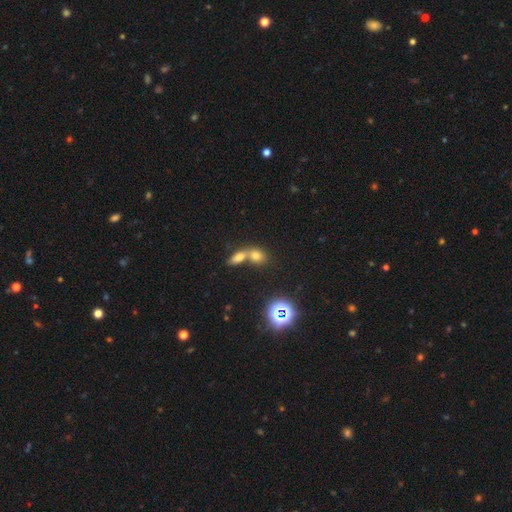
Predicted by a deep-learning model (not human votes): Morphology: type=smooth (69%); roundness=in between (60%); merging=merger (61%).